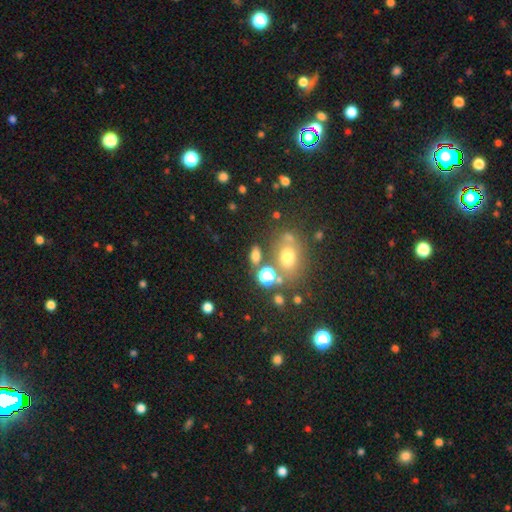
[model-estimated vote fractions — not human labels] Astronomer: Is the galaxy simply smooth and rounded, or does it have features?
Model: smooth — 69%.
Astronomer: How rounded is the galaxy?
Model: in between — 73%.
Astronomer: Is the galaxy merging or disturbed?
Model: none — 72%.